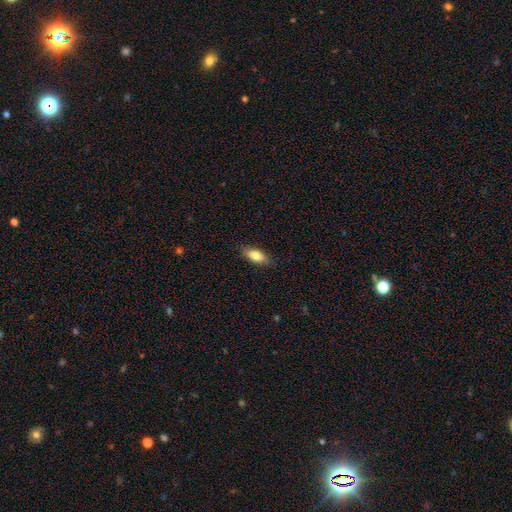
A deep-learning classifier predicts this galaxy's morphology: A smooth galaxy with no disk features (80%) that is in between round and cigar-shaped (85%). Merging: none (85%).